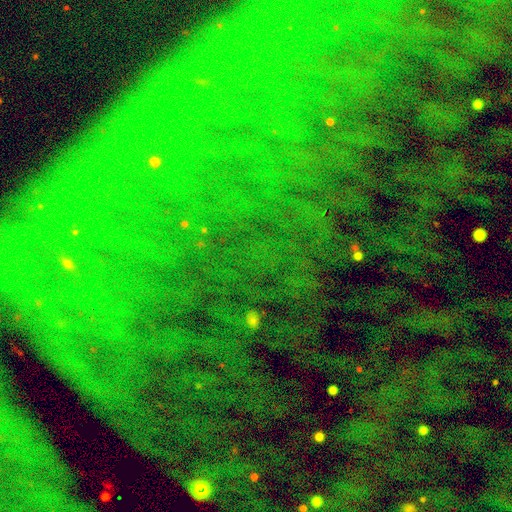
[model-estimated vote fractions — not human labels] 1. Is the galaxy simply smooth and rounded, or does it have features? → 82% star or artifact, 9% smooth, 8% featured or disk.